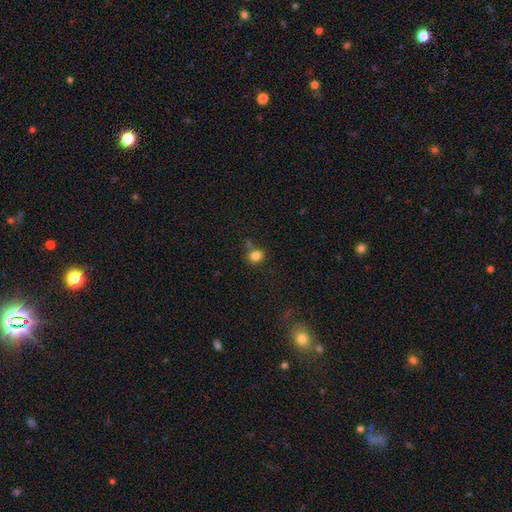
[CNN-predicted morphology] A smooth galaxy with no disk features (81%) that is round (62%). Merging: none (66%).